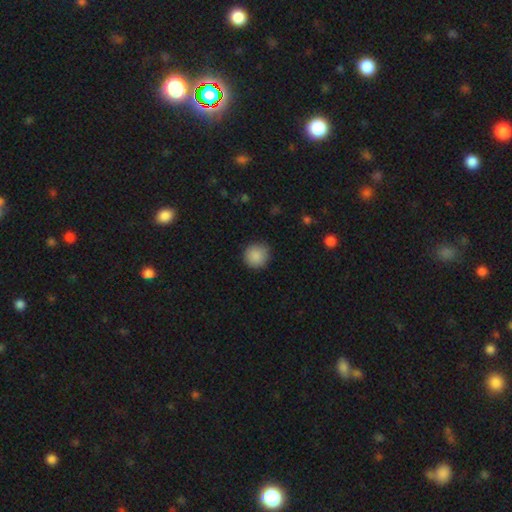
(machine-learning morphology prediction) smooth-or-featured: smooth: 89% | star or artifact: 8% | featured or disk: 4%
  how-rounded: round: 94% | in between: 5% | cigar-shaped: 1%
  merging: none: 88% | minor disturbance: 9% | major disturbance: 2% | merger: 1%